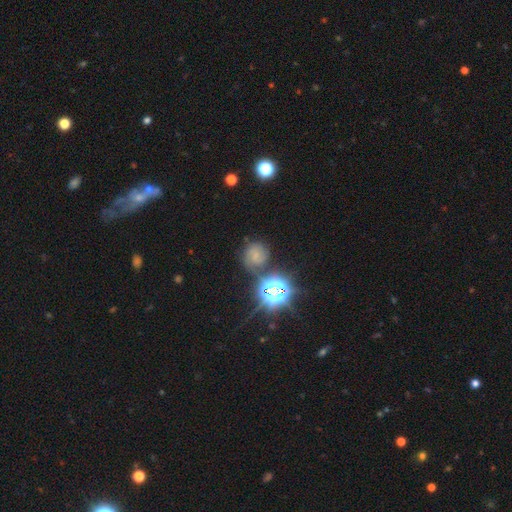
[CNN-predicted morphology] A featured or disk galaxy (39%). Merging: none (67%).